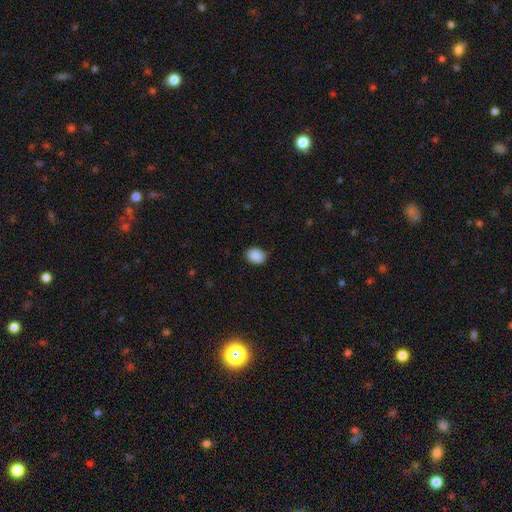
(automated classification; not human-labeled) This is clearly a smooth galaxy (89%). How rounded: likely in between (63%). Merging: clearly none (84%).